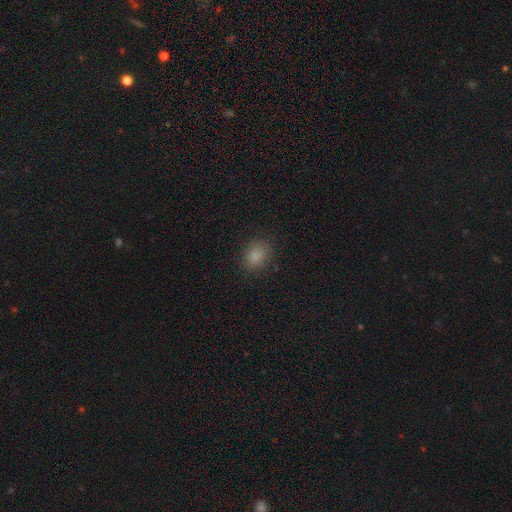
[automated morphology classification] A smooth galaxy with no disk features (84%) that is in between round and cigar-shaped (58%).

Vote fractions:
- Smooth or featured? smooth: 84% / star or artifact: 11% / featured or disk: 4%
- How rounded? in between: 58% / round: 40% / cigar-shaped: 1%
- Merging? none: 84% / minor disturbance: 11% / major disturbance: 3% / merger: 1%